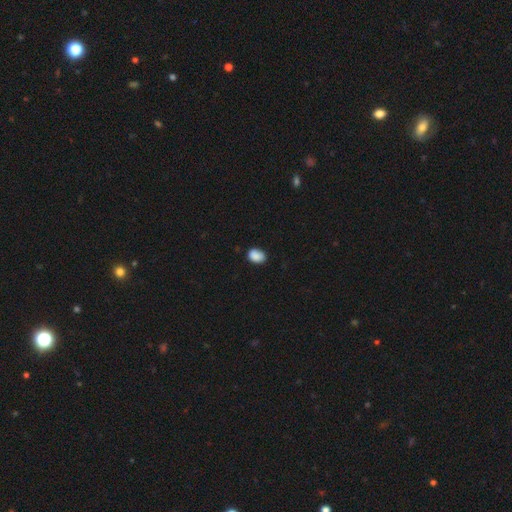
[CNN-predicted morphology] Smooth or featured? Predicted: smooth (p=0.88). How rounded? Predicted: in between (p=0.75). Merging? Predicted: none (p=0.80).